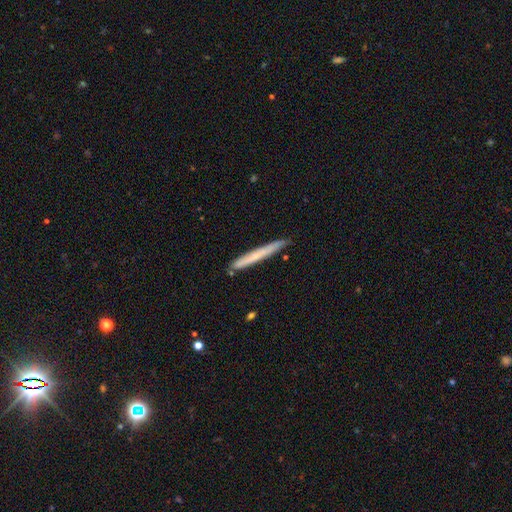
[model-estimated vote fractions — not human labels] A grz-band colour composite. It shows a smooth galaxy with no disk features (57%) that is cigar-shaped (97%). Merging: none (88%).